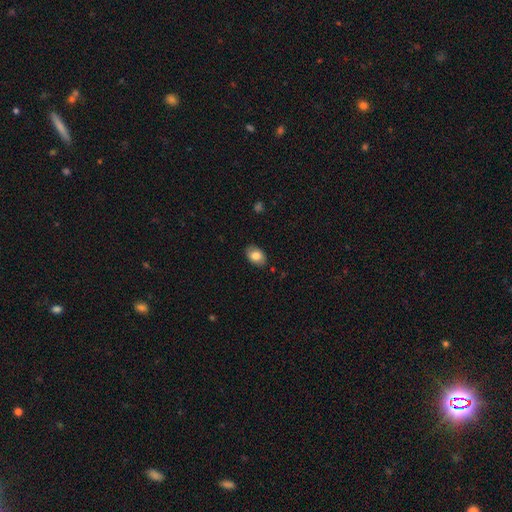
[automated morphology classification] Overall: smooth (81%). How rounded: in between (85%). Merging: none (86%).